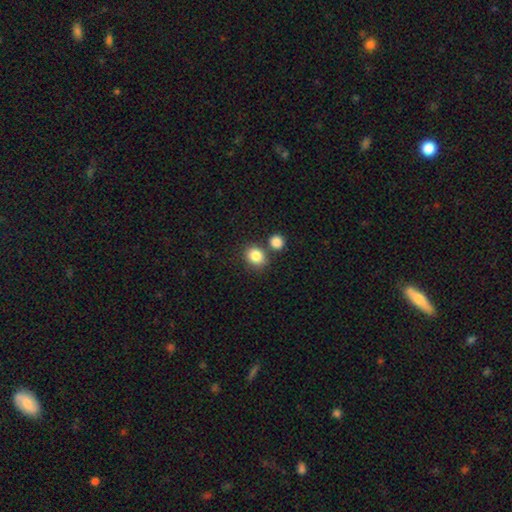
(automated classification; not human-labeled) Q: Smooth or featured?
A: smooth (85%); runner-up: star or artifact (9%)
Q: How rounded?
A: round (66%); runner-up: in between (33%)
Q: Merging?
A: none (69%); runner-up: merger (19%)